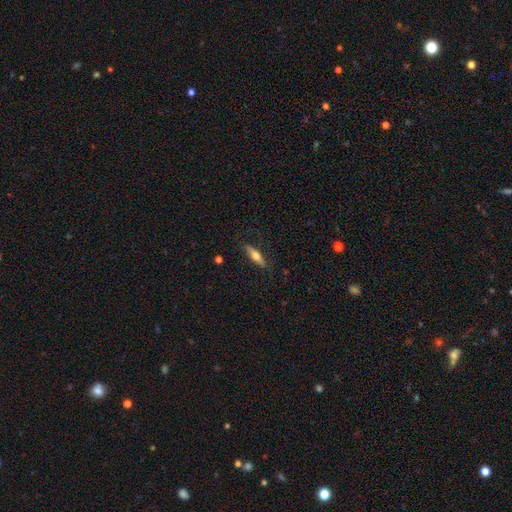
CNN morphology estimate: Smooth or featured? Predicted: smooth (p=0.55). How rounded? Predicted: cigar-shaped (p=0.69). Merging? Predicted: none (p=0.84).